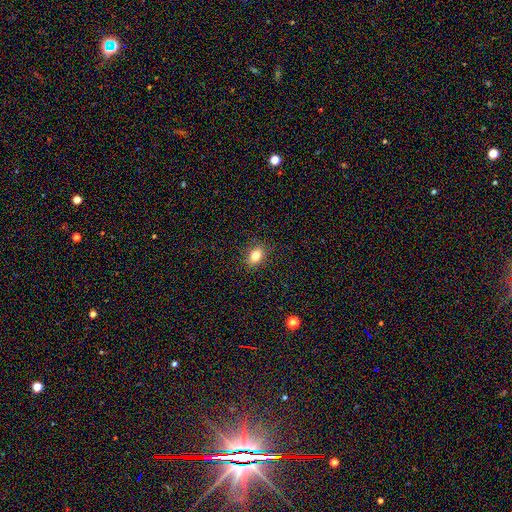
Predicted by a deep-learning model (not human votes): A smooth galaxy with no disk features (80%) that is in between round and cigar-shaped (72%).

Vote fractions:
- Smooth or featured? smooth: 80% / star or artifact: 11% / featured or disk: 9%
- How rounded? in between: 72% / round: 27% / cigar-shaped: 2%
- Merging? none: 87% / minor disturbance: 10% / major disturbance: 2% / merger: 1%